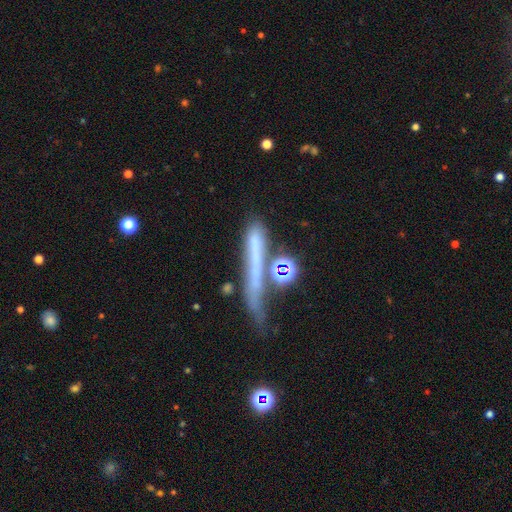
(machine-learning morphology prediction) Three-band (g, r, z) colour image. It shows a smooth galaxy with no disk features (47%). Merging: none (47%).